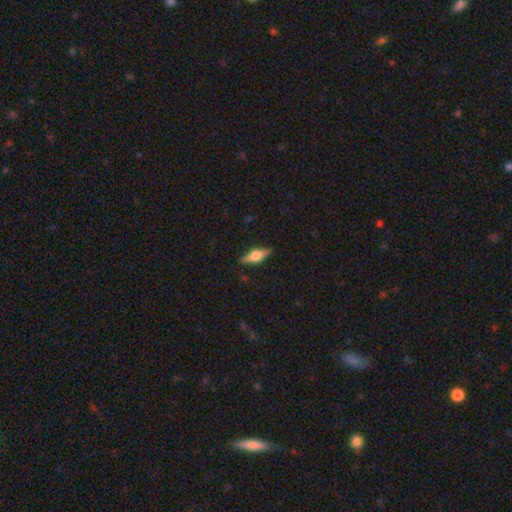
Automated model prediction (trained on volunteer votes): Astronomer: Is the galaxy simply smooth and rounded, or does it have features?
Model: featured or disk — 52% (runner-up: smooth, 42%).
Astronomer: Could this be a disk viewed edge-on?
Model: yes — 94%.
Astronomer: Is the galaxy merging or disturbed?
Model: none — 88%.